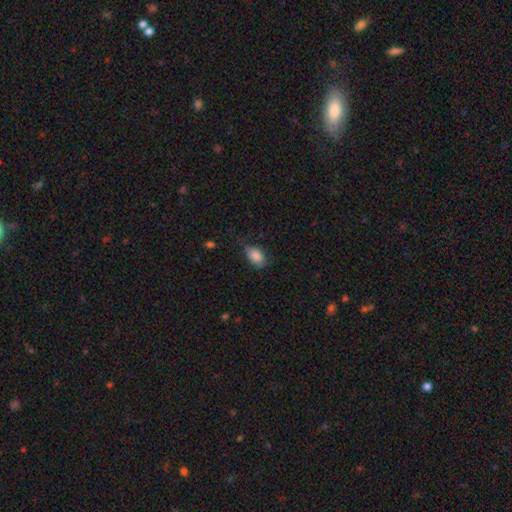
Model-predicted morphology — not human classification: Smooth or featured? Predicted: smooth (p=0.85). How rounded? Predicted: in between (p=0.87). Merging? Predicted: none (p=0.63).